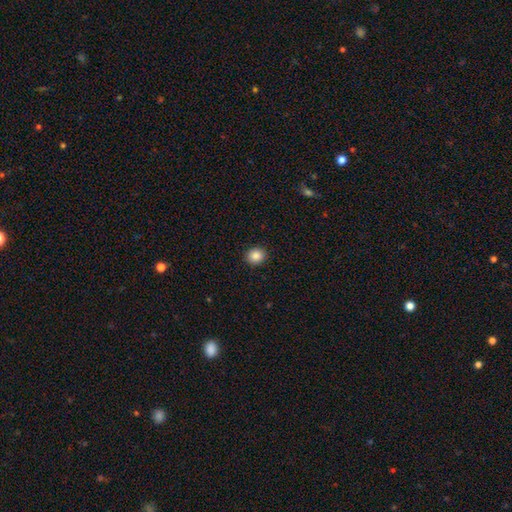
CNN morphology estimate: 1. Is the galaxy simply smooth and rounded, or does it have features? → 86% smooth, 9% star or artifact, 4% featured or disk.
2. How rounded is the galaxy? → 78% round, 21% in between, 1% cigar-shaped.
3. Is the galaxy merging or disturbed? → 92% none, 6% minor disturbance, 2% major disturbance, 1% merger.